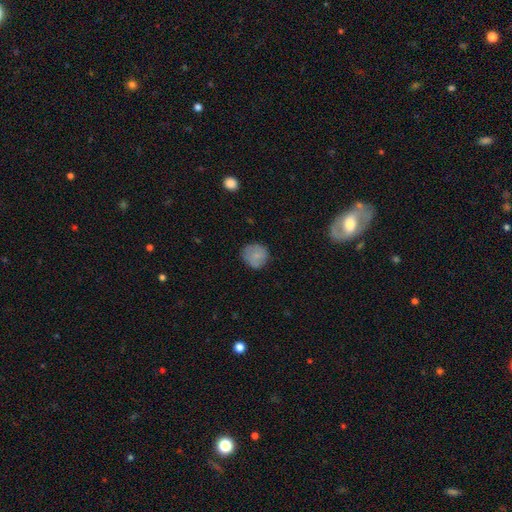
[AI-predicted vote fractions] Smooth or featured? Predicted: smooth (p=0.78). How rounded? Predicted: round (p=0.89). Merging? Predicted: none (p=0.76).